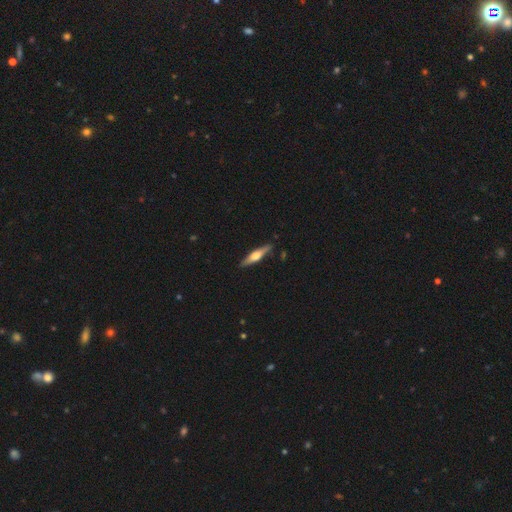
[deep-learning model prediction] Smooth or featured: featured or disk — 62% (smooth — 33%)
Edge-on disk: yes — 96% (no — 4%)
Edge-on bulge: rounded — 89% (boxy — 7%)
Merging: none — 88% (minor disturbance — 9%)